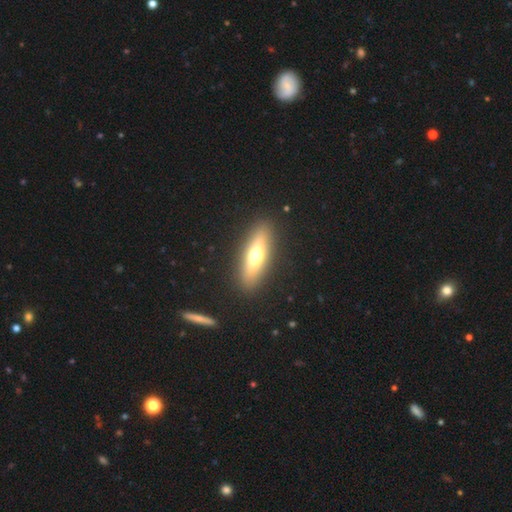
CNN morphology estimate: The model was most divided on "how rounded": cigar-shaped: 53%, in between: 44%, round: 3%. More confident: merging — none (89%); smooth or featured — smooth (53%).